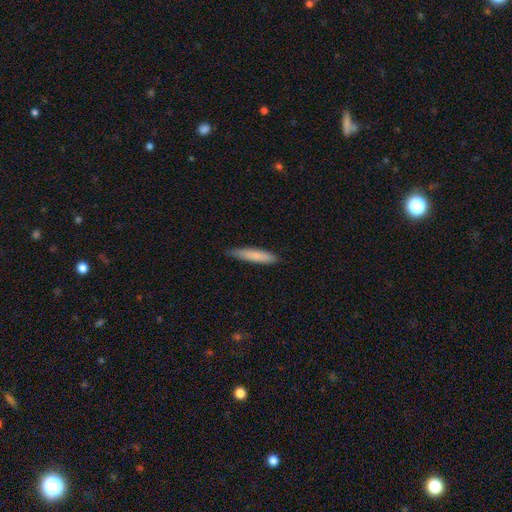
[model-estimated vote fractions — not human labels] Overall: smooth (79%). How rounded: cigar-shaped (85%). Merging: none (81%).